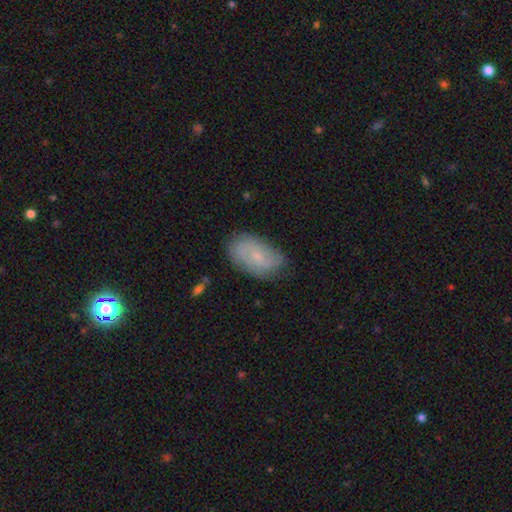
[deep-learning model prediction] Smooth or featured? smooth (46%, tied with featured or disk)
Merging? none (73%)